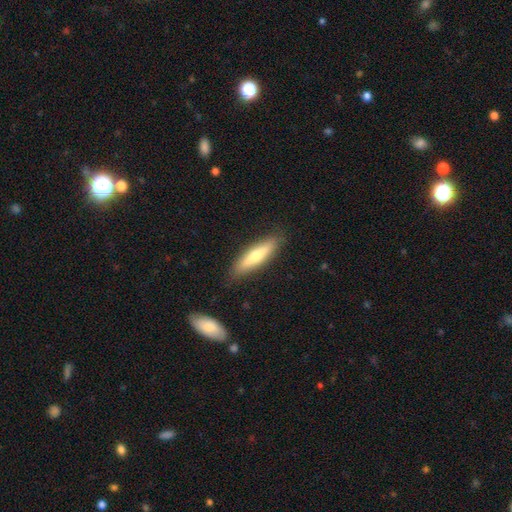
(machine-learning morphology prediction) Smooth or featured? Predicted: smooth (p=0.61). How rounded? Predicted: cigar-shaped (p=0.75). Merging? Predicted: none (p=0.85).